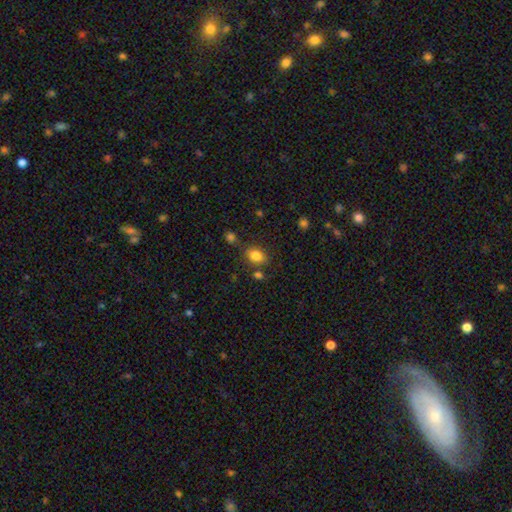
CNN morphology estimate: Smooth or featured?
  - smooth: 83% *
  - star or artifact: 10%
  - featured or disk: 6%
How rounded?
  - in between: 71% *
  - round: 28%
  - cigar-shaped: 1%
Merging?
  - none: 71% *
  - minor disturbance: 14%
  - merger: 10%
  - major disturbance: 4%